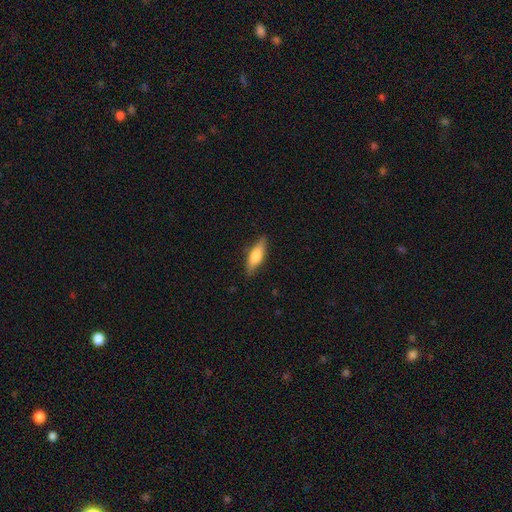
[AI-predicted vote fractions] Smooth or featured? Predicted: smooth (p=0.68). How rounded? Predicted: cigar-shaped (p=0.49, tied with in between). Merging? Predicted: none (p=0.84).